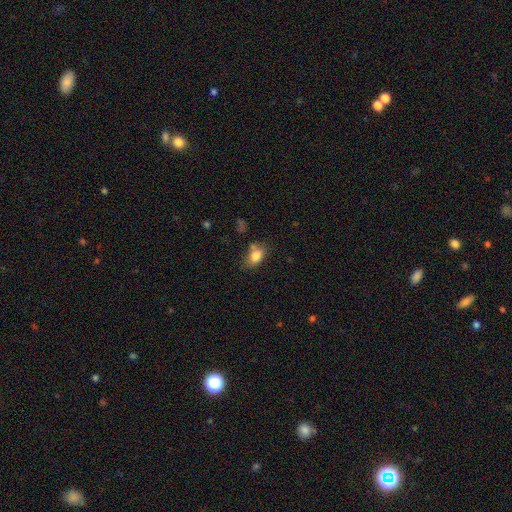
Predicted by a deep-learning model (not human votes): smooth-or-featured: smooth: 81% | featured or disk: 10% | star or artifact: 9%
  how-rounded: in between: 82% | round: 15% | cigar-shaped: 2%
  merging: none: 58% | minor disturbance: 24% | merger: 11% | major disturbance: 8%